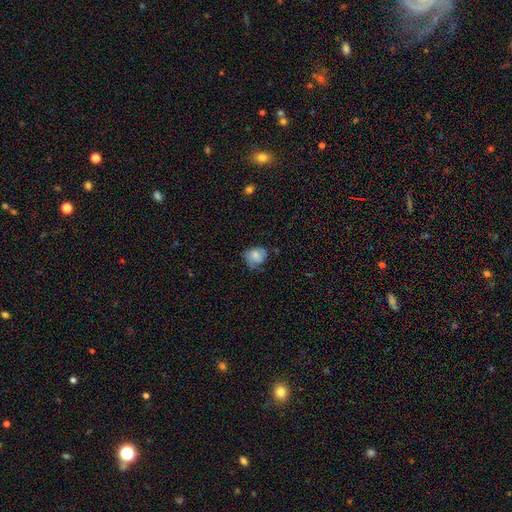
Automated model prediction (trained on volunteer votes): Morphology: type=smooth (67%); roundness=round (58%); merging=none (52%).